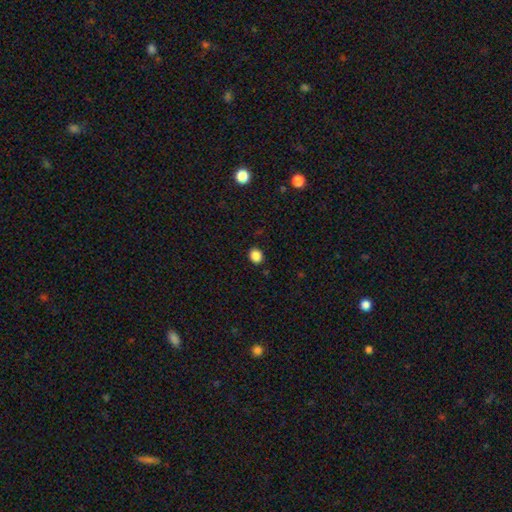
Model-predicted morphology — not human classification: Overall: smooth (87%). How rounded: round (59%; in between 40%). Merging: none (90%).